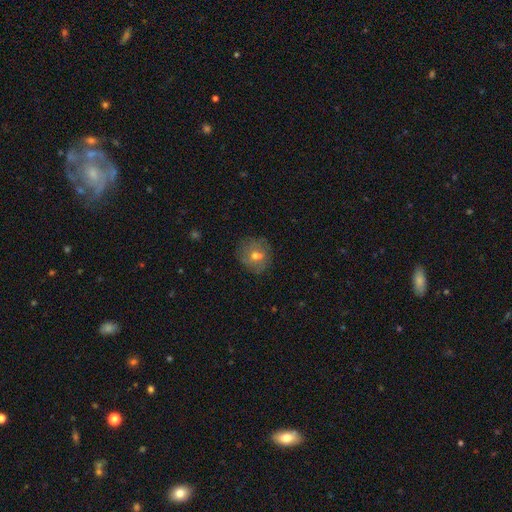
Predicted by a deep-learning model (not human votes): A smooth galaxy with no disk features (60%) that is round (81%).

Vote fractions:
- Smooth or featured? smooth: 60% / featured or disk: 29% / star or artifact: 11%
- How rounded? round: 81% / in between: 18% / cigar-shaped: 1%
- Merging? none: 65% / minor disturbance: 16% / merger: 14% / major disturbance: 6%